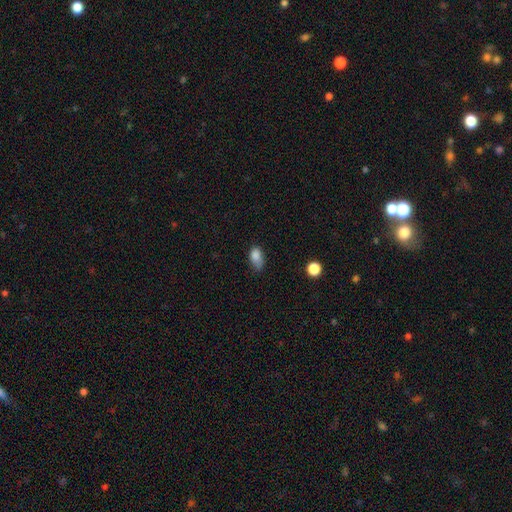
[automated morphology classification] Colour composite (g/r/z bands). It shows a smooth galaxy with no disk features (84%) that is in between round and cigar-shaped (87%). Merging: none (49%).